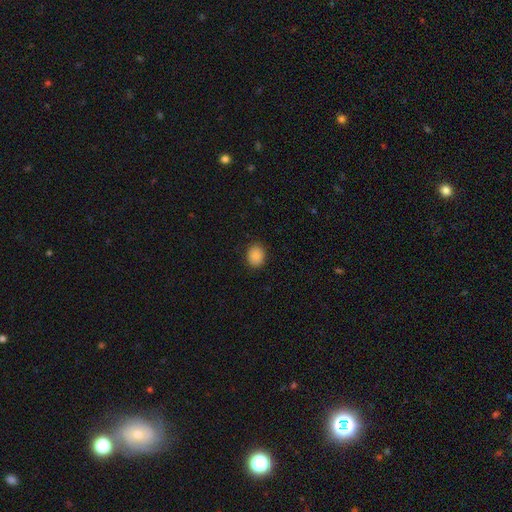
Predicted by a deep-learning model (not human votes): Overall: smooth (85%). How rounded: round (64%; in between 35%). Merging: none (88%).